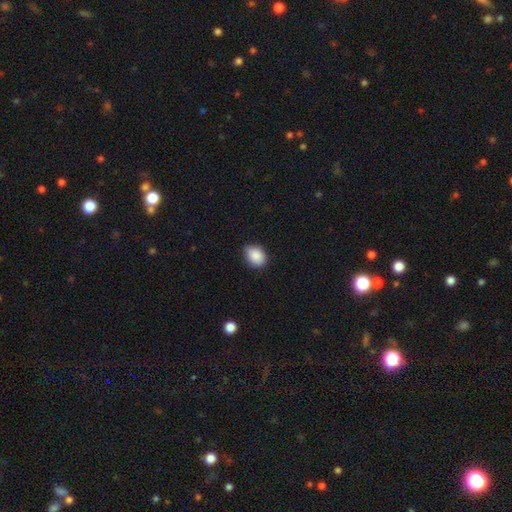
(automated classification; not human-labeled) smooth_or_featured: smooth (p=0.89) [alt: star or artifact p=0.07]
how_rounded: in between (p=0.71) [alt: round p=0.28]
merging: none (p=0.77) [alt: minor disturbance p=0.20]